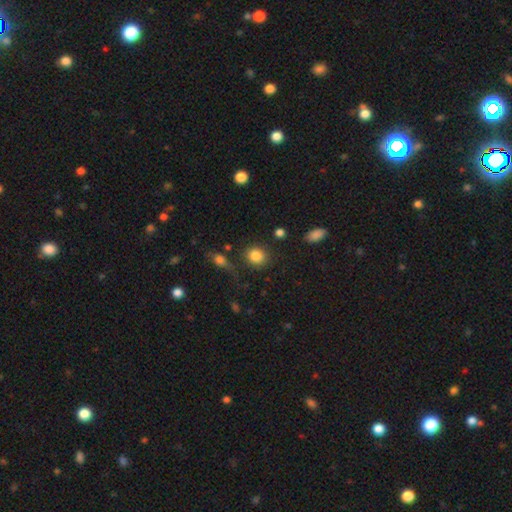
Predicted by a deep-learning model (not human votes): Smooth or featured: smooth — 85% (star or artifact — 10%)
How rounded: round — 77% (in between — 22%)
Merging: none — 79% (minor disturbance — 11%)